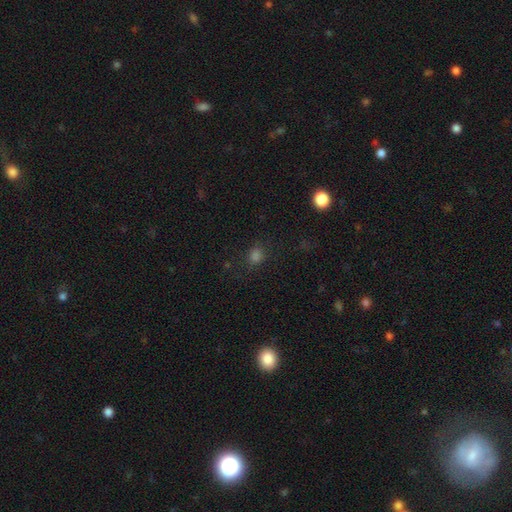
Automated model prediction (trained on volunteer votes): Smooth or featured? smooth (72%)
How rounded? round (64%)
Merging? none (79%)